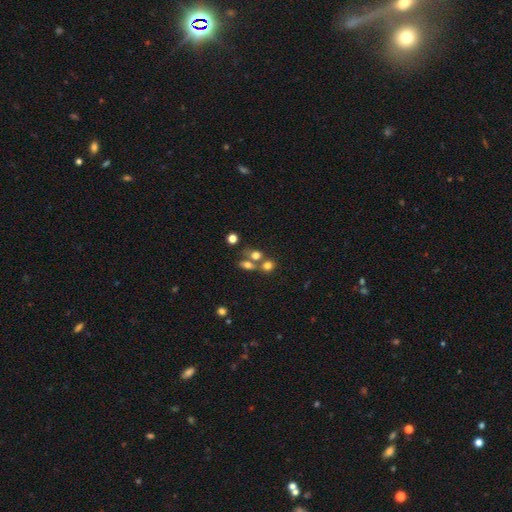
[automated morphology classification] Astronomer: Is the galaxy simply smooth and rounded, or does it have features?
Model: smooth — 68%.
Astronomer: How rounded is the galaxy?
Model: round — 56% (runner-up: in between, 41%).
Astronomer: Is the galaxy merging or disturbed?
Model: merger — 45% (runner-up: none, 40%).